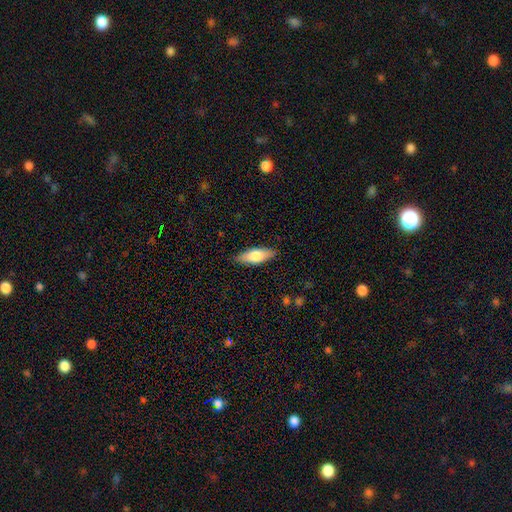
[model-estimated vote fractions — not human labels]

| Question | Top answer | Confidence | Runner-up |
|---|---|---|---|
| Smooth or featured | smooth | 67% | featured or disk (27%) |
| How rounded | in between | 68% | cigar-shaped (30%) |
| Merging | none | 86% | minor disturbance (11%) |